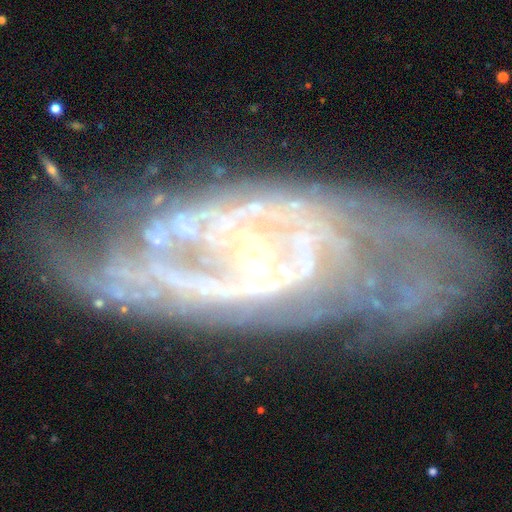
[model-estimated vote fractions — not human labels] Smooth or featured: featured or disk — 87% (star or artifact — 7%)
Edge-on disk: no — 93% (yes — 7%)
Bar: no — 38% (weak — 35%)
Spiral arms: yes — 90% (no — 10%)
Spiral winding: tight — 45% (medium — 39%)
Spiral arm count: 2 — 47% (can't tell — 26%)
Bulge size: small — 70% (moderate — 23%)
Merging: none — 55% (minor disturbance — 24%)